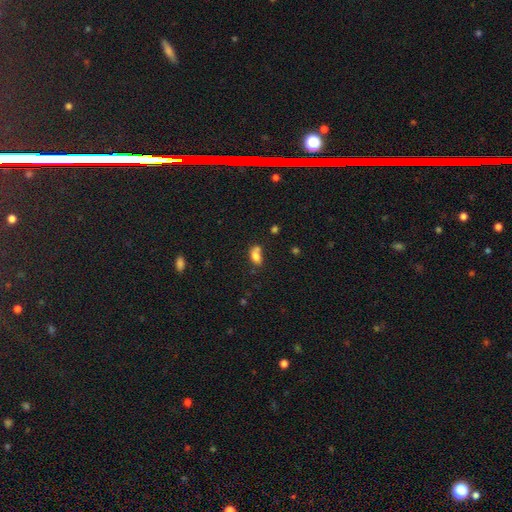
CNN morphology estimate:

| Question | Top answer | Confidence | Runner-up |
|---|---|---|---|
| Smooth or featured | smooth | 76% | featured or disk (13%) |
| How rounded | in between | 80% | round (16%) |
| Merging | merger | 36% | none (35%) |